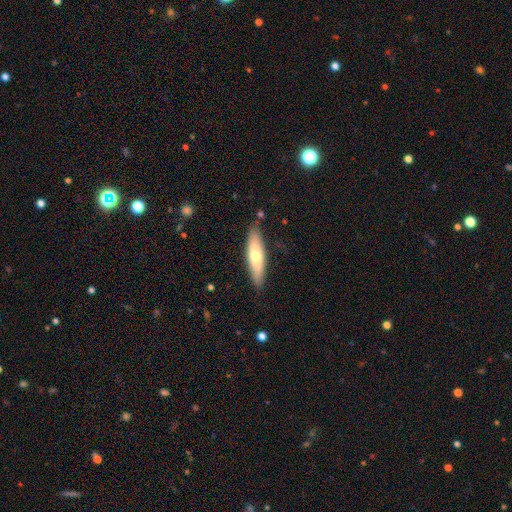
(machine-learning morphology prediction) Smooth or featured: smooth — 60% (featured or disk — 35%)
How rounded: cigar-shaped — 68% (in between — 31%)
Merging: none — 86% (minor disturbance — 10%)